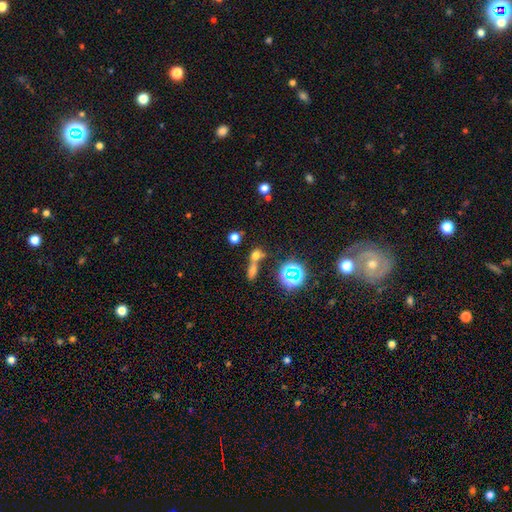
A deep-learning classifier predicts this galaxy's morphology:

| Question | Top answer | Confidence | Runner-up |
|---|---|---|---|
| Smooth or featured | smooth | 59% | star or artifact (28%) |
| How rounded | round | 60% | in between (33%) |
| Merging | merger | 51% | none (36%) |